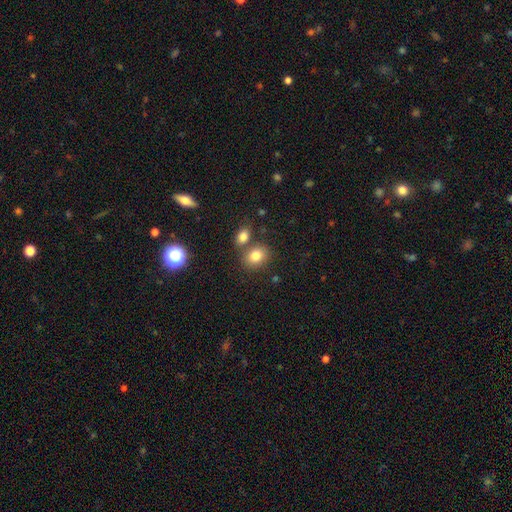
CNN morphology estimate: Smooth or featured: smooth — 81% (star or artifact — 11%)
How rounded: in between — 57% (round — 42%)
Merging: none — 63% (merger — 23%)